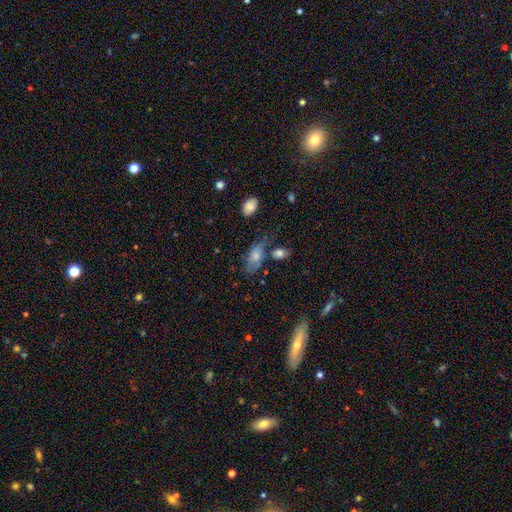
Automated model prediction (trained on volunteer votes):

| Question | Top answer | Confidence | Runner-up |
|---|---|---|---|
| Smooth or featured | smooth | 66% | featured or disk (26%) |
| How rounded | in between | 88% | cigar-shaped (8%) |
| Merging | none | 47% | minor disturbance (26%) |